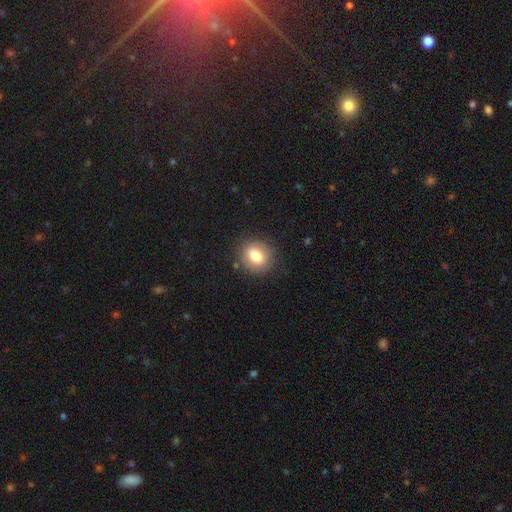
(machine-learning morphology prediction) The model was most divided on "how rounded": round: 66%, in between: 33%, cigar-shaped: 1%. More confident: merging — none (84%); smooth or featured — smooth (77%).